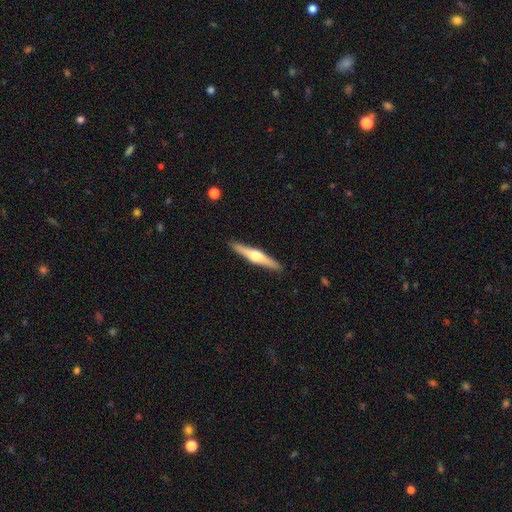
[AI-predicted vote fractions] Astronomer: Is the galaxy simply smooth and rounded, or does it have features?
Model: featured or disk — 63%.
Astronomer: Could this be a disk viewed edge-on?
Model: yes — 97%.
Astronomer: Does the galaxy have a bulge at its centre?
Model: rounded — 93%.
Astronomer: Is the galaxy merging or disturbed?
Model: none — 91%.